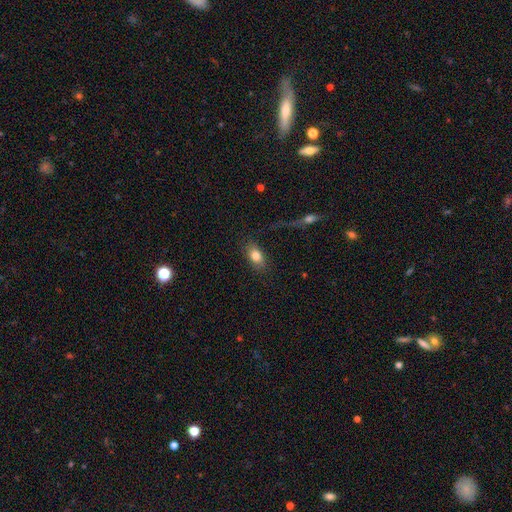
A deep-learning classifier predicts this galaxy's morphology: This appears to be a smooth galaxy with no disk features (80%) that is in between round and cigar-shaped (85%). Merging: none (81%).